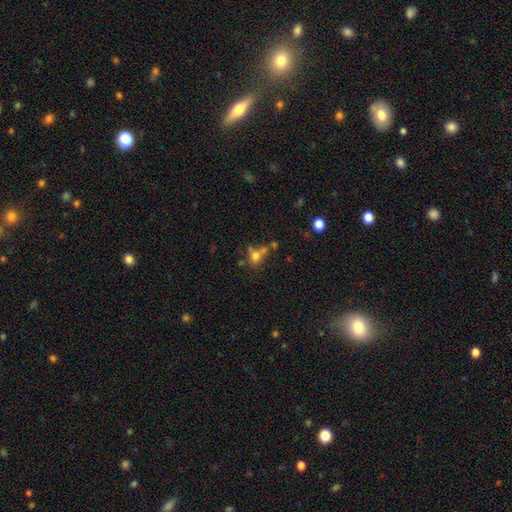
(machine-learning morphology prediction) Q: Smooth or featured?
A: smooth (66%); runner-up: star or artifact (17%)
Q: How rounded?
A: round (67%); runner-up: in between (32%)
Q: Merging?
A: none (42%); runner-up: merger (37%)